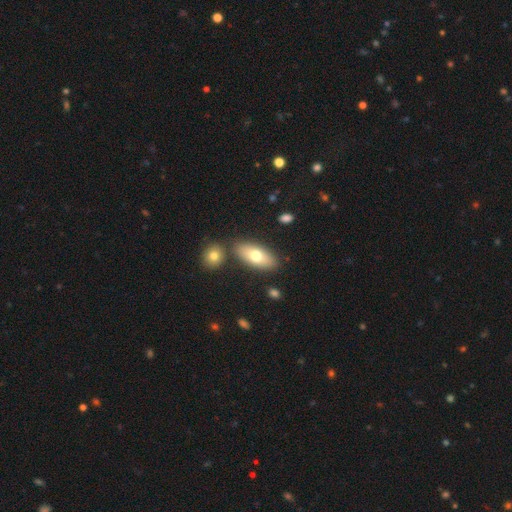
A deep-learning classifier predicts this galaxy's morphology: Smooth or featured: smooth — 69% (featured or disk — 24%)
How rounded: in between — 85% (cigar-shaped — 12%)
Merging: none — 78% (minor disturbance — 10%)